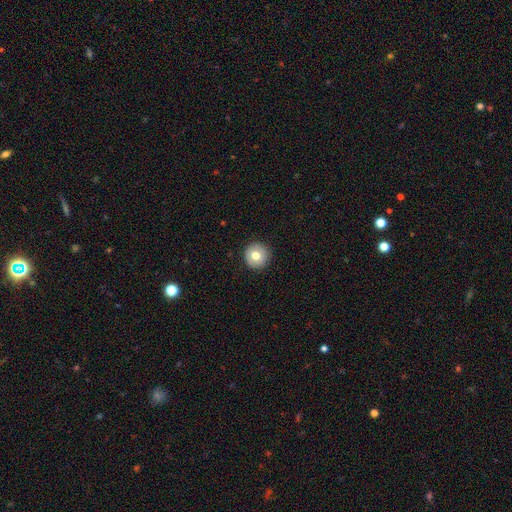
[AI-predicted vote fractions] This is likely a smooth galaxy (74%). How rounded: clearly round (96%). Merging: clearly none (92%).